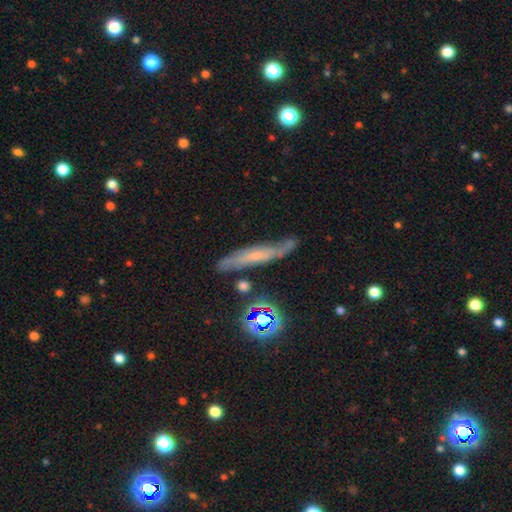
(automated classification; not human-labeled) Overall: featured or disk (50%; smooth 34%). Merging: none (66%).